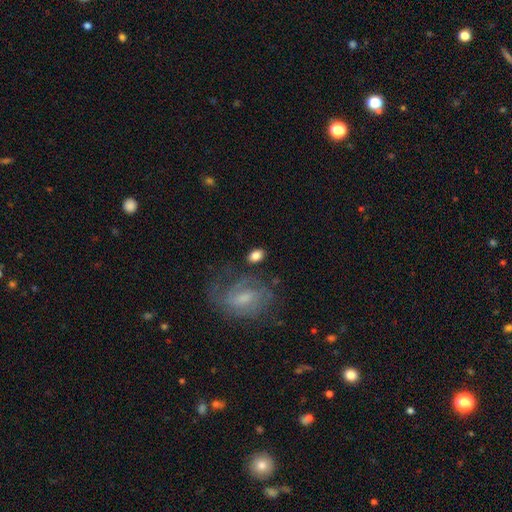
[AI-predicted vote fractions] smooth 78%, featured or disk 14%, star or artifact 7%. Down the decision tree: how rounded — in between (81%); merging — none (75%).